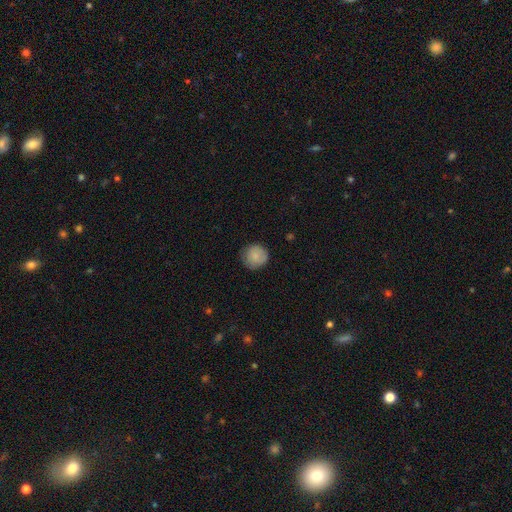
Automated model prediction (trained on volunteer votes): smooth-or-featured: smooth: 85% | featured or disk: 8% | star or artifact: 7%
  how-rounded: round: 93% | in between: 6% | cigar-shaped: 1%
  merging: none: 82% | minor disturbance: 14% | major disturbance: 3% | merger: 1%